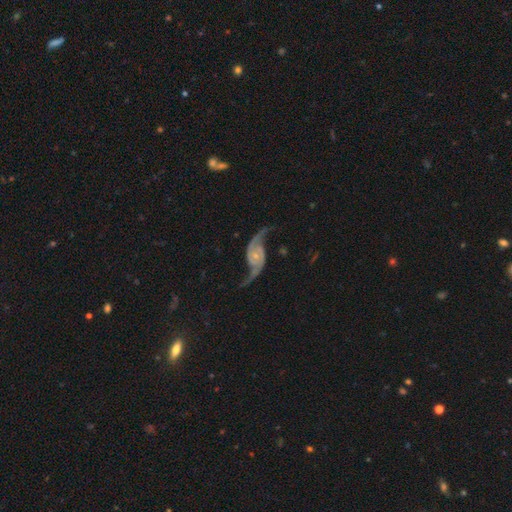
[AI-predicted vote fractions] featured or disk 91%, star or artifact 4%, smooth 4%. Down the decision tree: edge-on disk — no (97%); bar — no (68%); spiral arms — yes (97%); spiral arm count — 2 (94%); spiral winding — loose (77%); bulge size — small (71%); merging — none (69%).